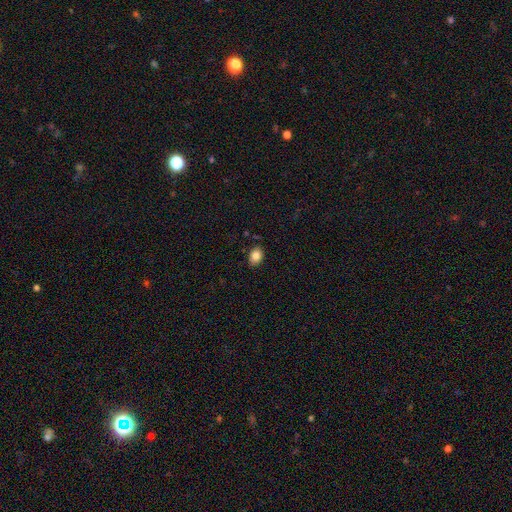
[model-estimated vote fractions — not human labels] Smooth or featured? smooth (84%)
How rounded? in between (79%)
Merging? none (85%)